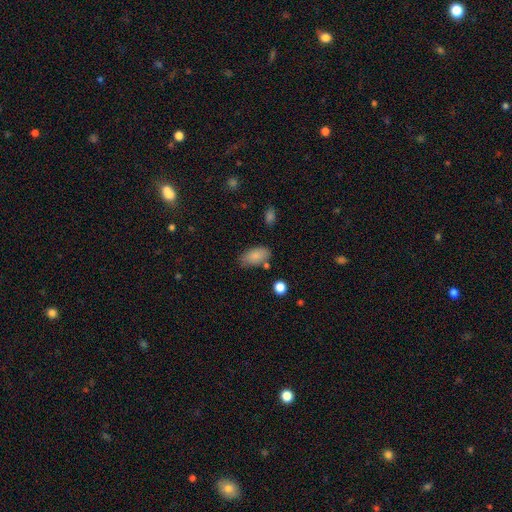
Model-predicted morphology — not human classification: A smooth galaxy with no disk features (85%) that is in between round and cigar-shaped (92%). Merging: none (72%).